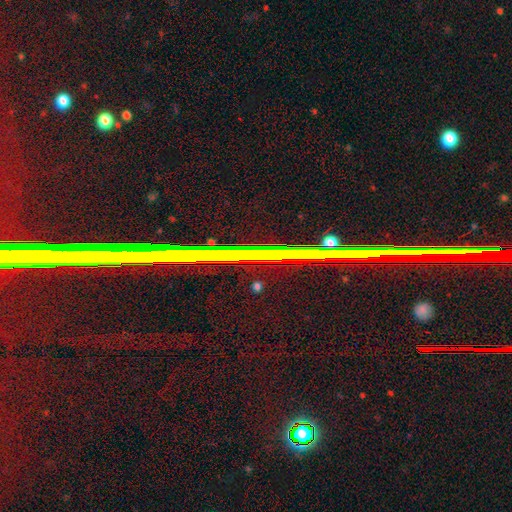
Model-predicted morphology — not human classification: A star or artifact, not a galaxy (76%).